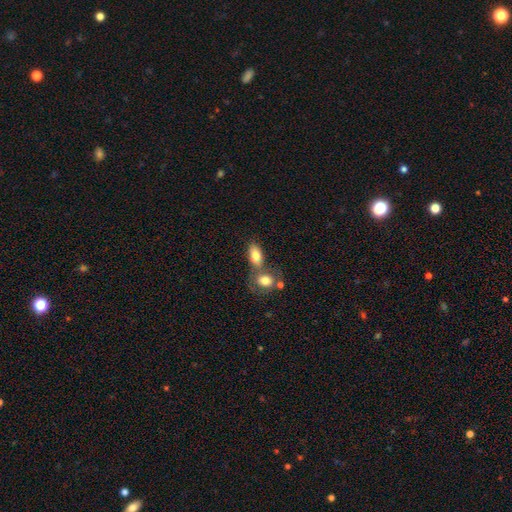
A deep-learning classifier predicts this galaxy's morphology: The model was most divided on "merging": merger: 43%, none: 41%, minor disturbance: 11%, major disturbance: 4%. More confident: how rounded — in between (86%); smooth or featured — smooth (78%).